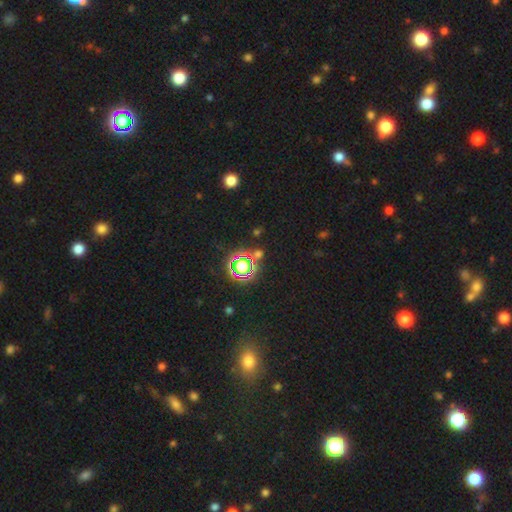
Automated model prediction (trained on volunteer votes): This is likely a star or artifact rather than a galaxy (70%).